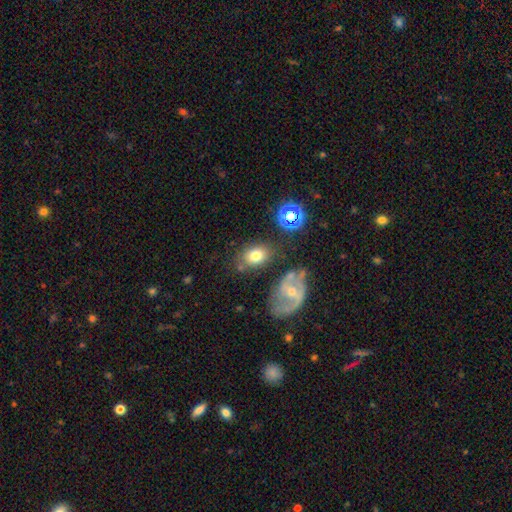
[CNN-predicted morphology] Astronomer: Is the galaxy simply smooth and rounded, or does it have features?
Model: smooth — 70%.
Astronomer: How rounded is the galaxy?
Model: in between — 75%.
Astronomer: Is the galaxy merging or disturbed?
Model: none — 66%.